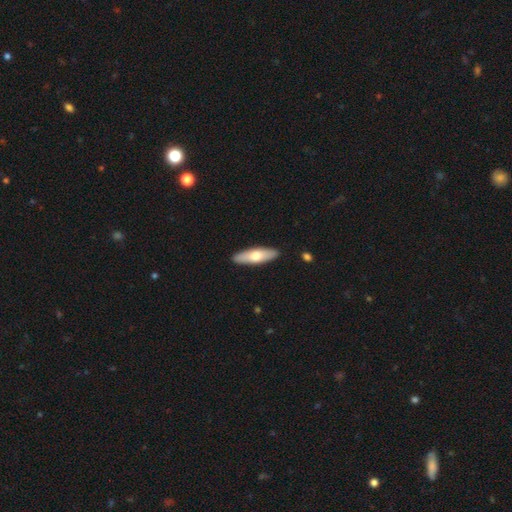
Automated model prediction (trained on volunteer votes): Q: Smooth or featured?
A: smooth (63%); runner-up: featured or disk (33%)
Q: How rounded?
A: cigar-shaped (57%); runner-up: in between (41%)
Q: Merging?
A: none (90%); runner-up: minor disturbance (7%)